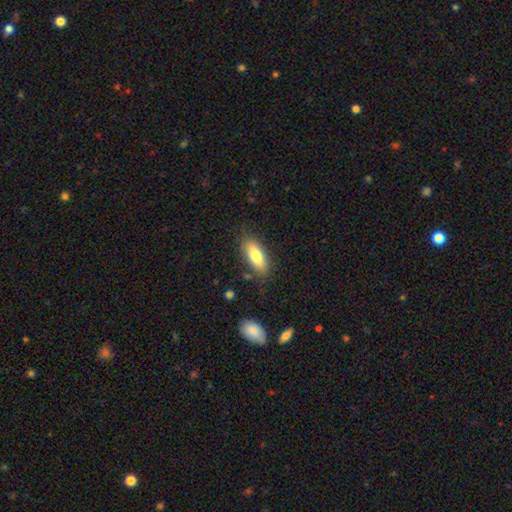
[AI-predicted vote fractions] This appears to be a smooth galaxy with no disk features (77%) that is in between round and cigar-shaped (75%). Merging: none (80%).